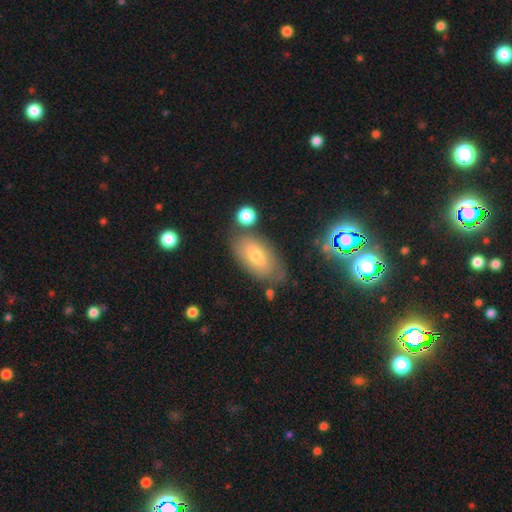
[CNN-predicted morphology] smooth_or_featured: smooth (p=0.58) [alt: featured or disk p=0.32]
how_rounded: in between (p=0.91) [alt: cigar-shaped p=0.05]
merging: none (p=0.69) [alt: minor disturbance p=0.19]